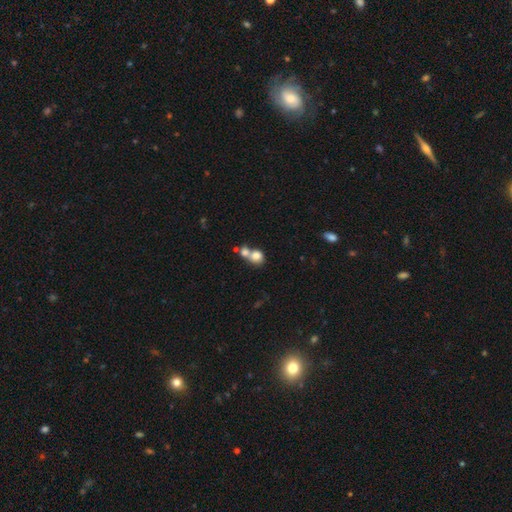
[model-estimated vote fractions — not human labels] Smooth or featured: smooth — 75% (featured or disk — 15%)
How rounded: round — 71% (in between — 27%)
Merging: merger — 64% (none — 26%)